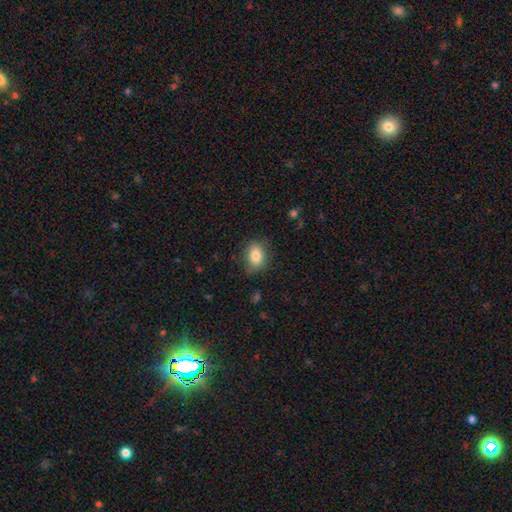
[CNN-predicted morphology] smooth 82%, featured or disk 10%, star or artifact 8%. Down the decision tree: how rounded — in between (76%); merging — none (77%).